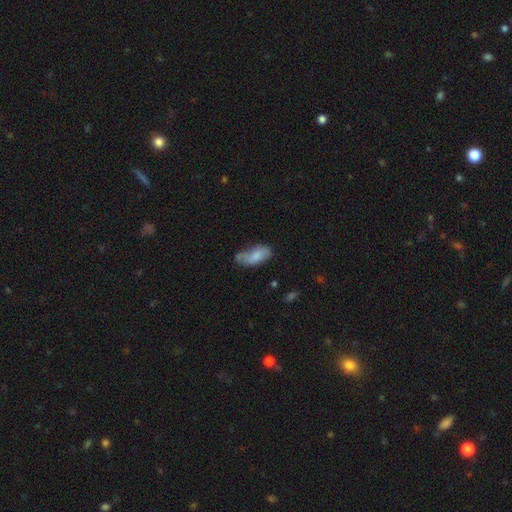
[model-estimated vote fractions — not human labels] smooth 76%, featured or disk 17%, star or artifact 7%. Down the decision tree: how rounded — in between (88%); merging — none (43%).